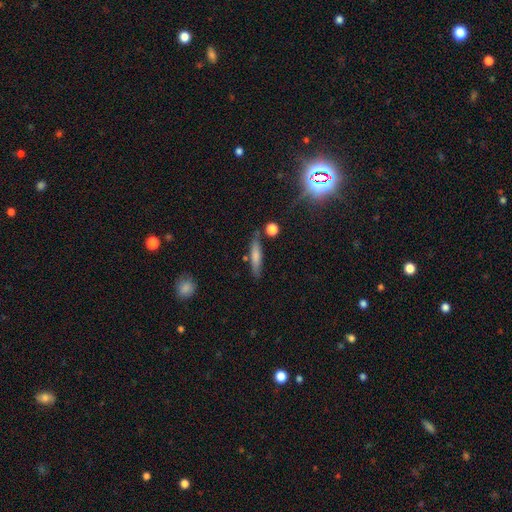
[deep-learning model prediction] A smooth galaxy with no disk features (68%) that is cigar-shaped (82%). Merging: none (77%).